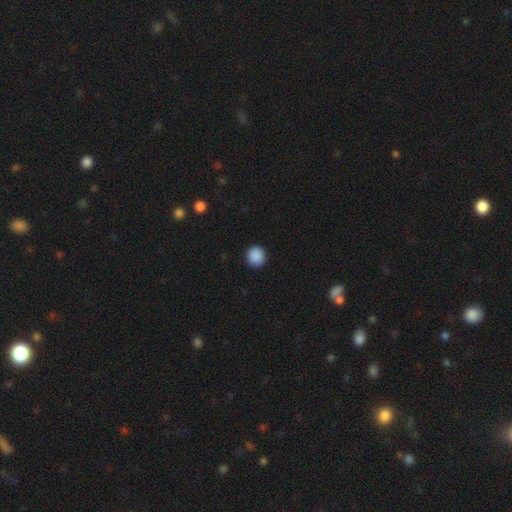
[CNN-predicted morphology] A smooth galaxy with no disk features (89%) that is round (94%).

Vote fractions:
- Smooth or featured? smooth: 89% / star or artifact: 9% / featured or disk: 2%
- How rounded? round: 94% / in between: 5% / cigar-shaped: 1%
- Merging? none: 93% / minor disturbance: 5% / major disturbance: 2% / merger: 1%